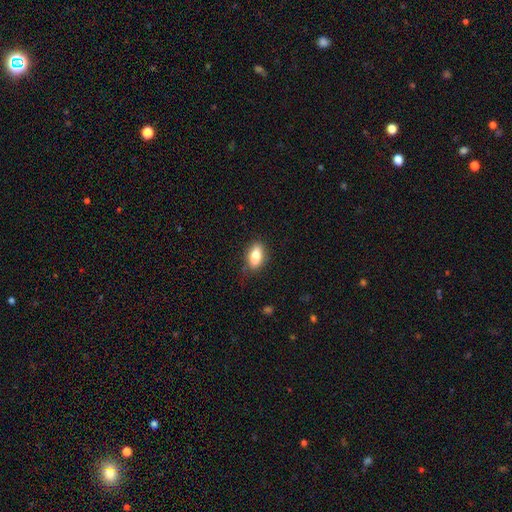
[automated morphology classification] This is clearly a smooth galaxy (82%). How rounded: clearly in between (85%). Merging: likely none (78%).